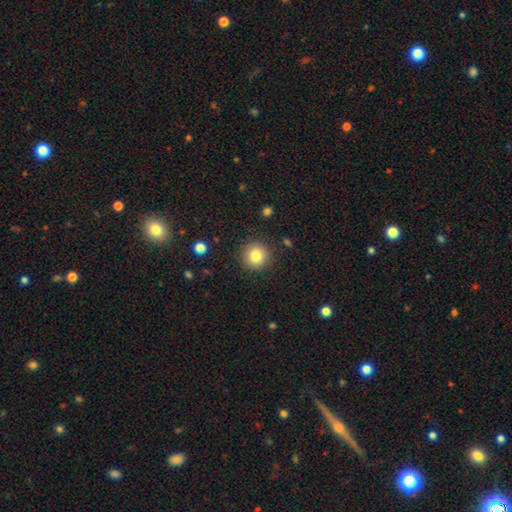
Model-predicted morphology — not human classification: Smooth or featured? smooth (82%)
How rounded? round (92%)
Merging? none (89%)